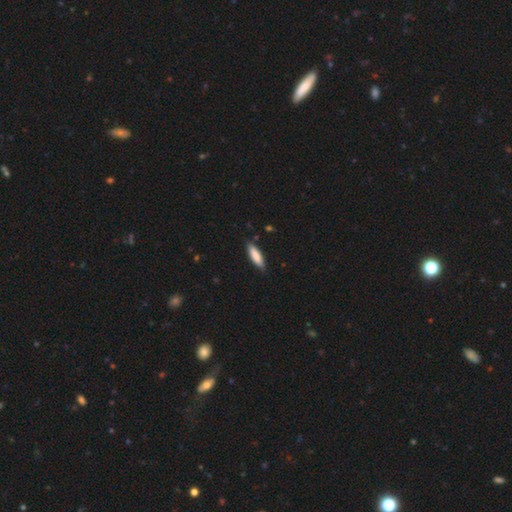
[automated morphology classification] type=smooth (84%); roundness=cigar-shaped (59%); merging=none (85%).